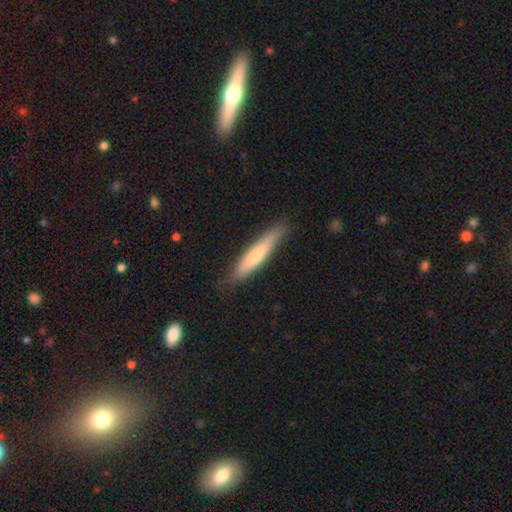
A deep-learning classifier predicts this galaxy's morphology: The model was most divided on "smooth or featured": smooth: 66%, featured or disk: 29%, star or artifact: 5%. More confident: how rounded — cigar-shaped (89%); merging — none (82%).